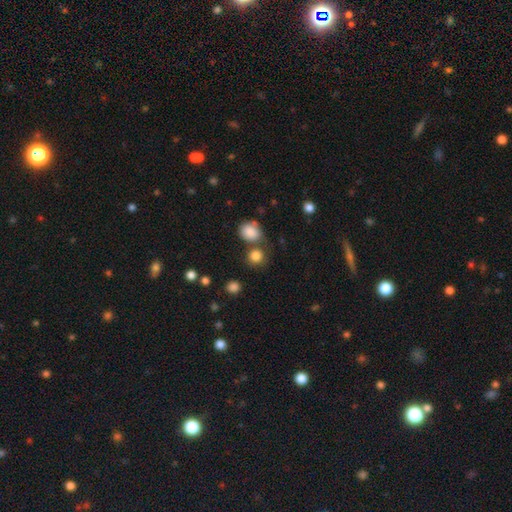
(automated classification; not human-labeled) The model was most divided on "merging": none: 65%, merger: 21%, minor disturbance: 10%, major disturbance: 4%. More confident: smooth or featured — smooth (84%); how rounded — round (82%).